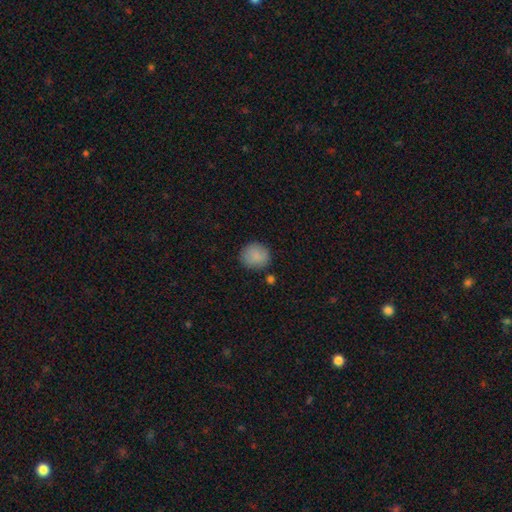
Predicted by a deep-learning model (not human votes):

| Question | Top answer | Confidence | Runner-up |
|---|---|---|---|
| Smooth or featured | smooth | 87% | star or artifact (8%) |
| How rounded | round | 86% | in between (13%) |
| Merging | none | 81% | minor disturbance (12%) |